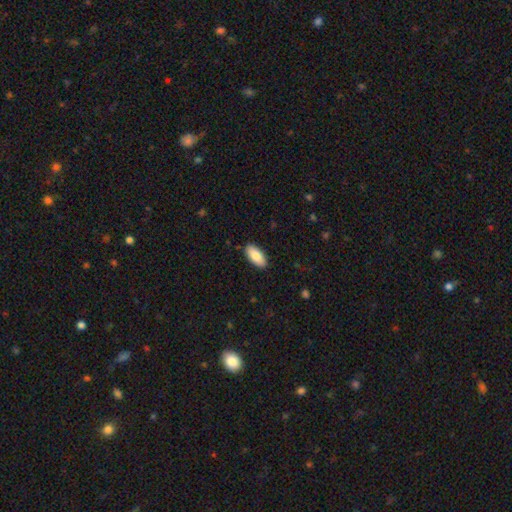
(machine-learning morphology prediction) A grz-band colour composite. It shows a smooth galaxy with no disk features (84%) that is in between round and cigar-shaped (91%). Merging: none (89%).